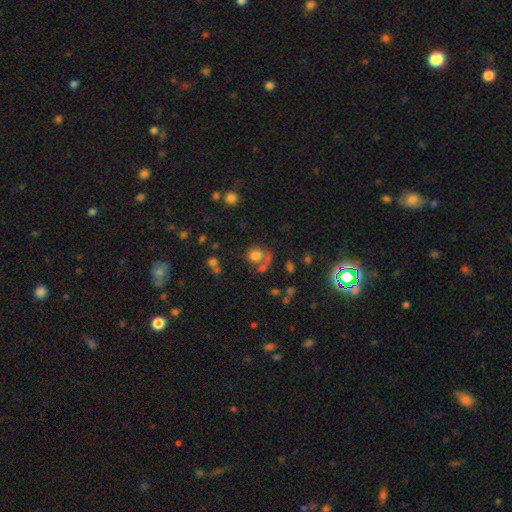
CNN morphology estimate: smooth-or-featured: smooth: 67% | featured or disk: 18% | star or artifact: 14%
  how-rounded: round: 69% | in between: 29% | cigar-shaped: 1%
  merging: none: 43% | merger: 24% | major disturbance: 18% | minor disturbance: 16%